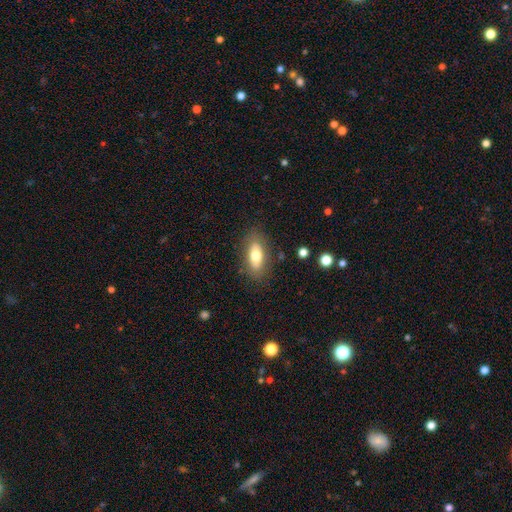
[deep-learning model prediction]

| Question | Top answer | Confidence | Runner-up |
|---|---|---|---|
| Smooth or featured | smooth | 70% | featured or disk (23%) |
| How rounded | in between | 83% | cigar-shaped (13%) |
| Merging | none | 83% | minor disturbance (12%) |